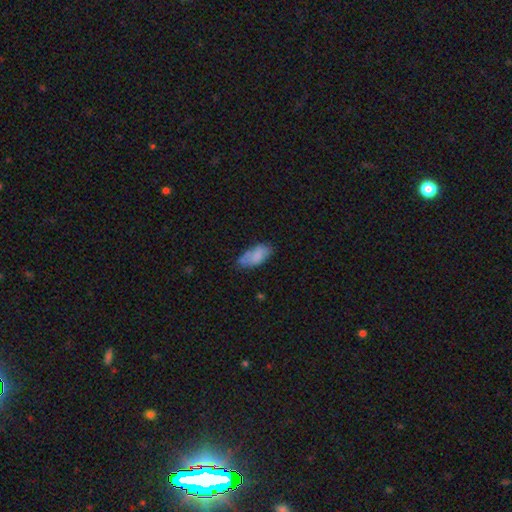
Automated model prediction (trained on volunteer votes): Overall: smooth (75%). How rounded: in between (91%). Merging: none (53%; minor disturbance 31%).